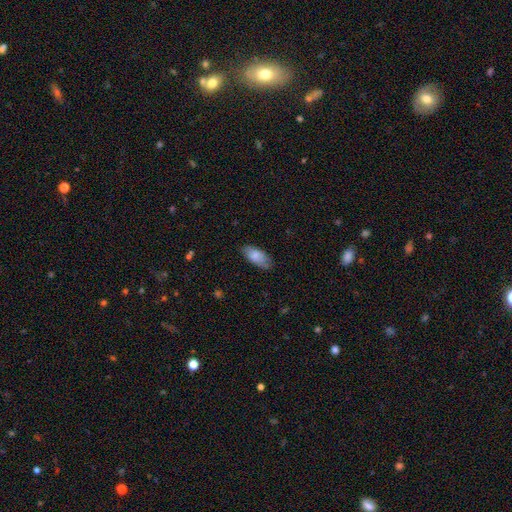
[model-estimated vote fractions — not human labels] Smooth or featured: smooth — 82% (featured or disk — 12%)
How rounded: in between — 89% (cigar-shaped — 9%)
Merging: none — 77% (minor disturbance — 19%)